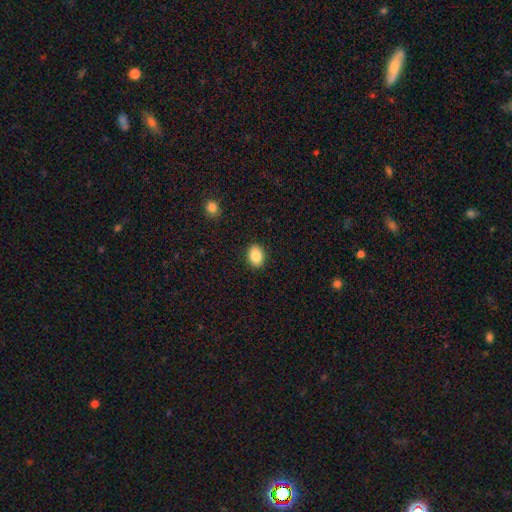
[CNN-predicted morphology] Smooth or featured: smooth — 87% (star or artifact — 8%)
How rounded: in between — 73% (round — 26%)
Merging: none — 90% (minor disturbance — 7%)